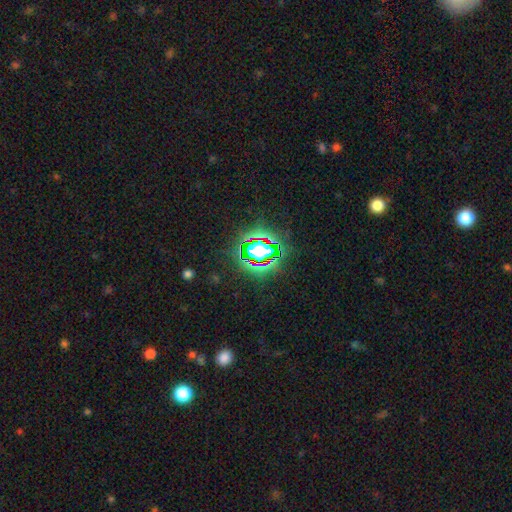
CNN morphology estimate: The model was most divided on "smooth or featured": star or artifact: 81%, smooth: 11%, featured or disk: 7%.